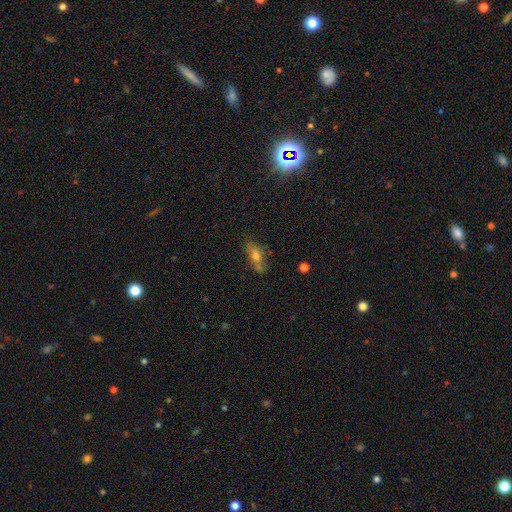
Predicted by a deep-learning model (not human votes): Q: Smooth or featured?
A: smooth (53%); runner-up: featured or disk (31%)
Q: How rounded?
A: in between (66%); runner-up: cigar-shaped (26%)
Q: Merging?
A: none (63%); runner-up: minor disturbance (22%)